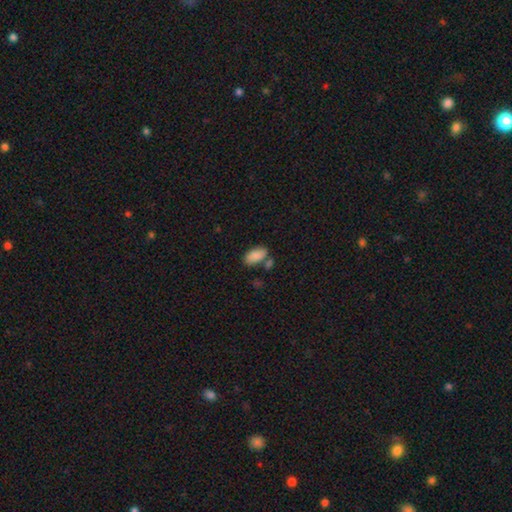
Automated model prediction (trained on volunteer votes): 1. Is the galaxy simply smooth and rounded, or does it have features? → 88% smooth, 7% star or artifact, 5% featured or disk.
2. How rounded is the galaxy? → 93% in between, 4% cigar-shaped, 3% round.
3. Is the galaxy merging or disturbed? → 62% none, 18% merger, 15% minor disturbance, 4% major disturbance.